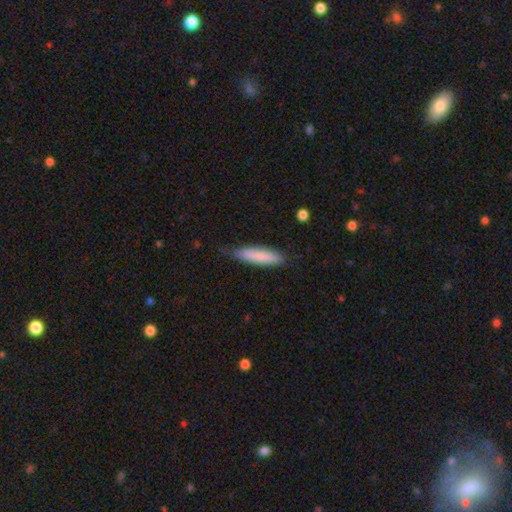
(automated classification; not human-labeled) Smooth or featured: smooth — 82% (featured or disk — 13%)
How rounded: cigar-shaped — 78% (in between — 21%)
Merging: none — 69% (minor disturbance — 25%)